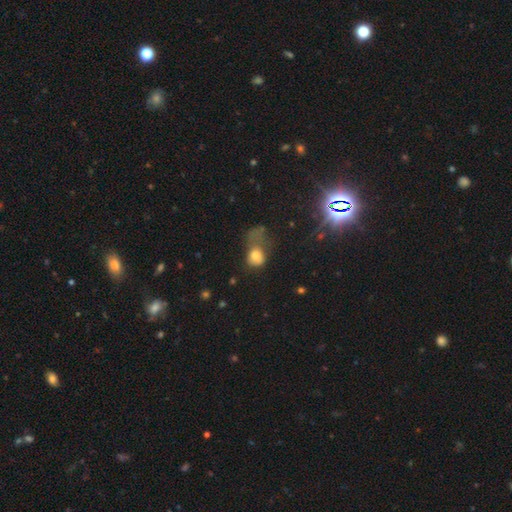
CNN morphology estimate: smooth 73%, featured or disk 15%, star or artifact 12%. Down the decision tree: how rounded — round (50%); merging — major disturbance (54%).